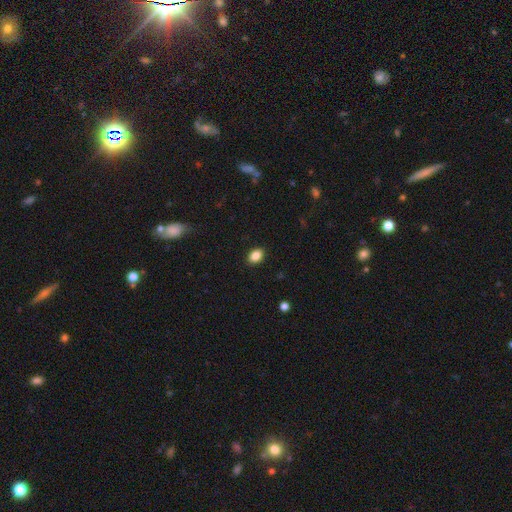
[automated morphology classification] Smooth or featured?
  - smooth: 87% *
  - star or artifact: 9%
  - featured or disk: 4%
How rounded?
  - in between: 75% *
  - round: 24%
  - cigar-shaped: 1%
Merging?
  - none: 90% *
  - minor disturbance: 7%
  - major disturbance: 2%
  - merger: 1%